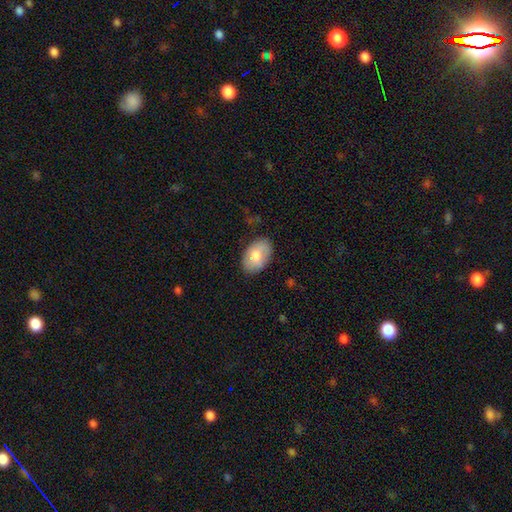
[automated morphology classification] Smooth or featured?
  - smooth: 71% *
  - featured or disk: 23%
  - star or artifact: 6%
How rounded?
  - in between: 90% *
  - round: 9%
  - cigar-shaped: 1%
Merging?
  - none: 80% *
  - minor disturbance: 15%
  - major disturbance: 3%
  - merger: 1%